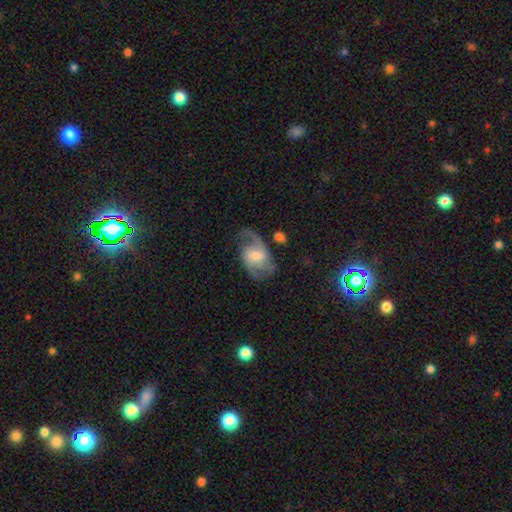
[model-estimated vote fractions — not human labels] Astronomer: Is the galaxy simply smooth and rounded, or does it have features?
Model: featured or disk — 74%.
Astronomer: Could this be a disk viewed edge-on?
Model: no — 96%.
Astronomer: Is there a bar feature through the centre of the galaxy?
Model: weak — 50% (runner-up: no, 37%).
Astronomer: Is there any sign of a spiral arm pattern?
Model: yes — 92%.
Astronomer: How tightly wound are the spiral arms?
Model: medium — 47% (runner-up: loose, 37%).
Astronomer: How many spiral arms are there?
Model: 2 — 69%.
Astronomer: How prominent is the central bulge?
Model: moderate — 47% (runner-up: small, 34%).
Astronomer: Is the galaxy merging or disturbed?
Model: none — 55%.